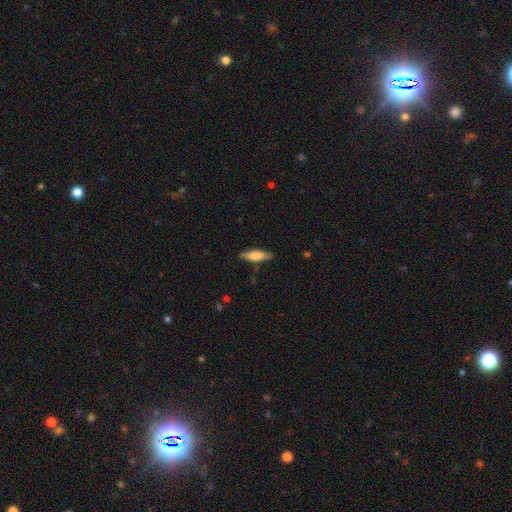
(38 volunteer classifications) smooth-or-featured: smooth: 79% | featured or disk: 13% | star or artifact: 8%
  how-rounded: cigar-shaped: 57% | in between: 40% | round: 3%
  merging: none: 86% | minor disturbance: 11% | merger: 3% | major disturbance: 0%